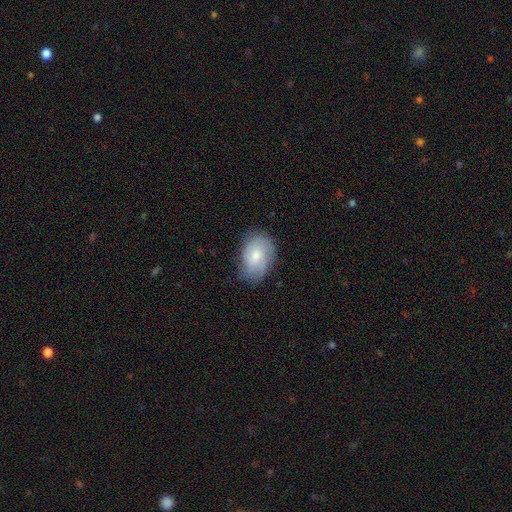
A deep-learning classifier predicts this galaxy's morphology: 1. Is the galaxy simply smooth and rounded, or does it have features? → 57% smooth, 36% featured or disk, 7% star or artifact.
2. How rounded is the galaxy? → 81% in between, 17% round, 1% cigar-shaped.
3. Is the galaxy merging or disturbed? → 67% none, 25% minor disturbance, 7% major disturbance, 1% merger.